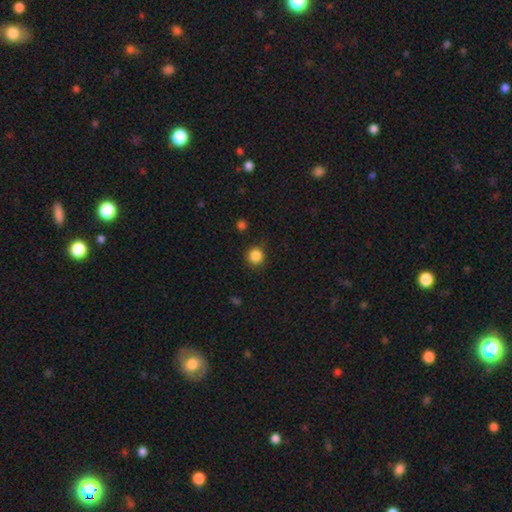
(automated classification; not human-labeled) Overall: smooth (86%). How rounded: round (93%). Merging: none (88%).